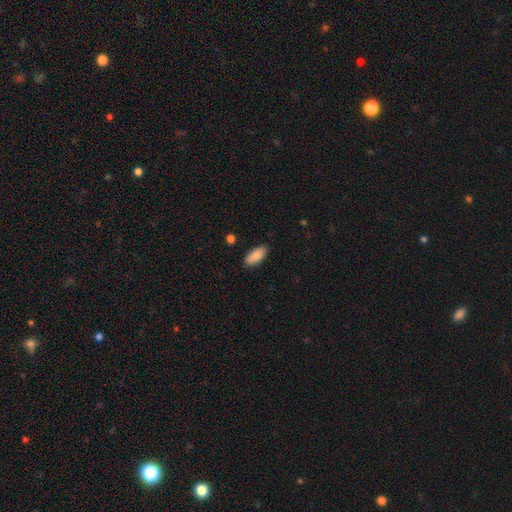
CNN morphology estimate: This appears to be a smooth galaxy with no disk features (88%) that is in between round and cigar-shaped (88%). Merging: none (85%).